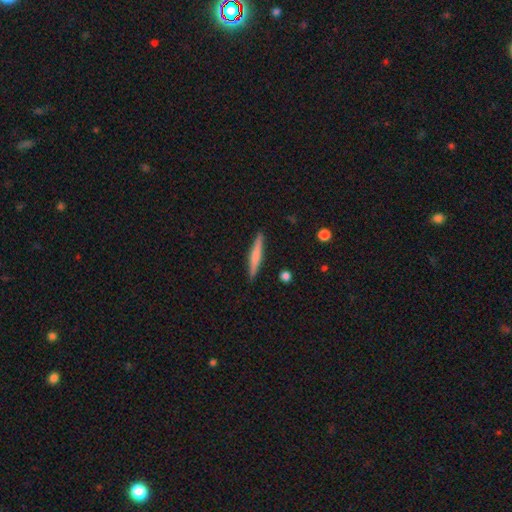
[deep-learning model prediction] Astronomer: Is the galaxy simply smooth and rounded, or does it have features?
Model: smooth — 58% (runner-up: featured or disk, 36%).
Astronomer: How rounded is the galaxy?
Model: cigar-shaped — 94%.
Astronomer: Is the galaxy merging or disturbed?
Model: none — 90%.